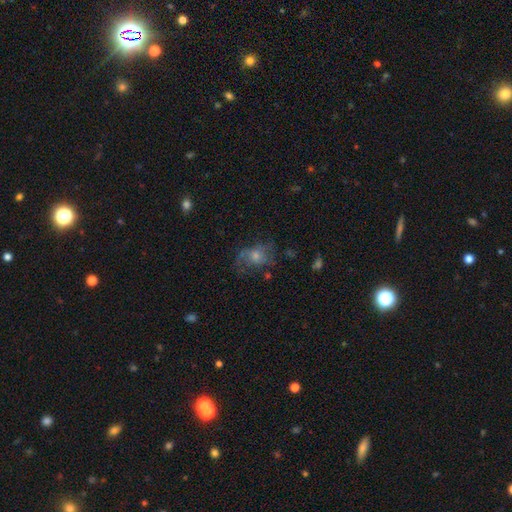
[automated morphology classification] This appears to be a featured or disk galaxy (49%). Merging: none (57%).